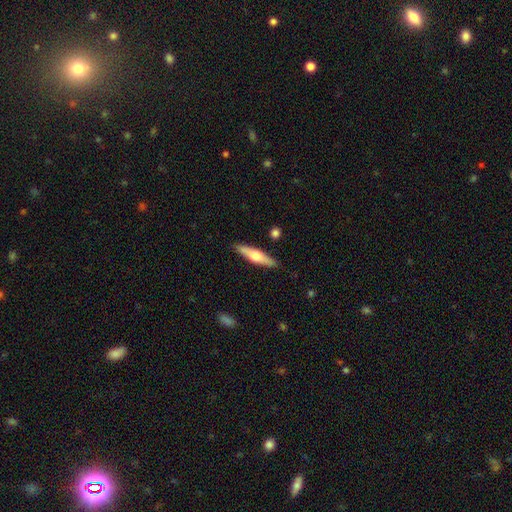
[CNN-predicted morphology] This is possibly a featured or disk galaxy (52%). It is clearly viewed edge-on (94%). Merging: clearly none (89%).